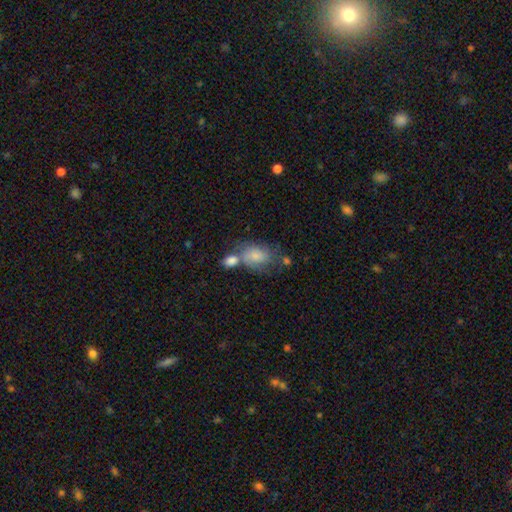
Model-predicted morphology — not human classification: Smooth or featured? Predicted: smooth (p=0.65). How rounded? Predicted: in between (p=0.82). Merging? Predicted: merger (p=0.40).